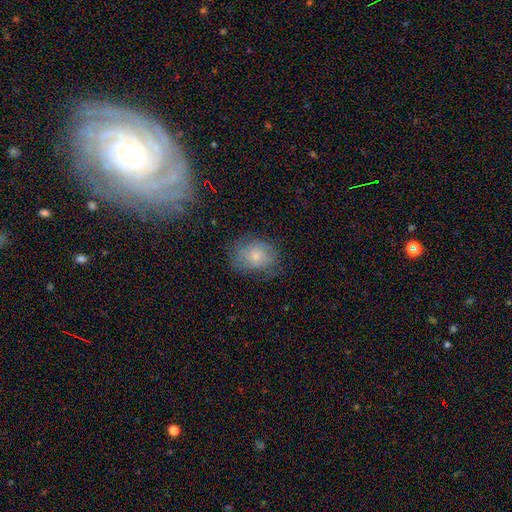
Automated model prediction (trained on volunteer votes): Smooth or featured?
  - smooth: 55% *
  - featured or disk: 34%
  - star or artifact: 11%
How rounded?
  - in between: 50% *
  - round: 48%
  - cigar-shaped: 1%
Merging?
  - none: 63% *
  - minor disturbance: 24%
  - major disturbance: 11%
  - merger: 2%